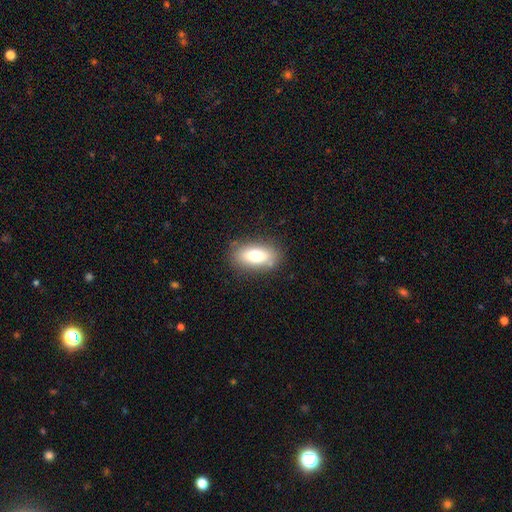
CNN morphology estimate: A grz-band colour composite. It shows a smooth galaxy with no disk features (74%) that is in between round and cigar-shaped (86%). Merging: none (82%).